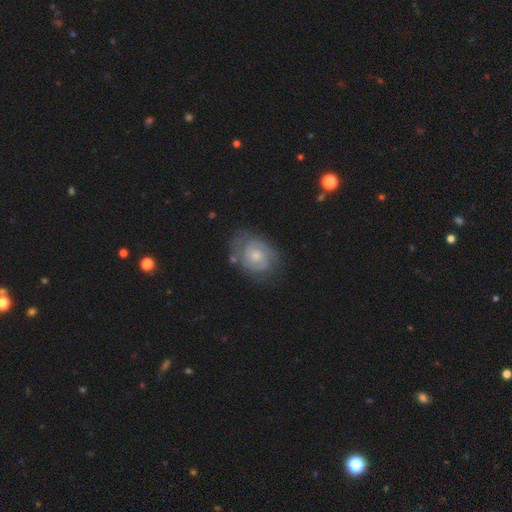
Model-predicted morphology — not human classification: type=featured or disk (74%); edge-on=no (97%); bar=no (70%); spiral arms=yes (90%); winding=tight (61%); arm count=2 (62%); bulge=moderate (45%); merging=none (71%).